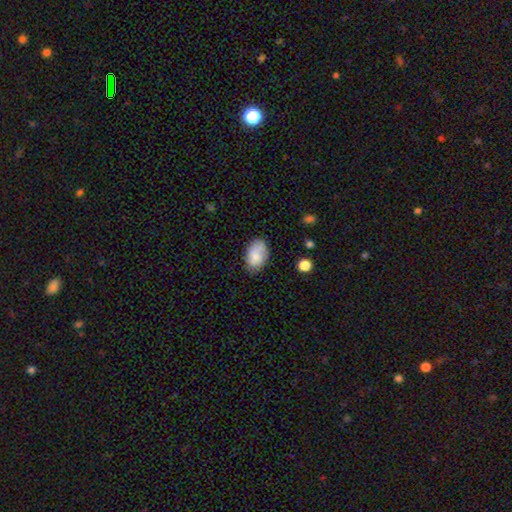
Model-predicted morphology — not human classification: type=smooth (79%); roundness=in between (88%); merging=none (70%).